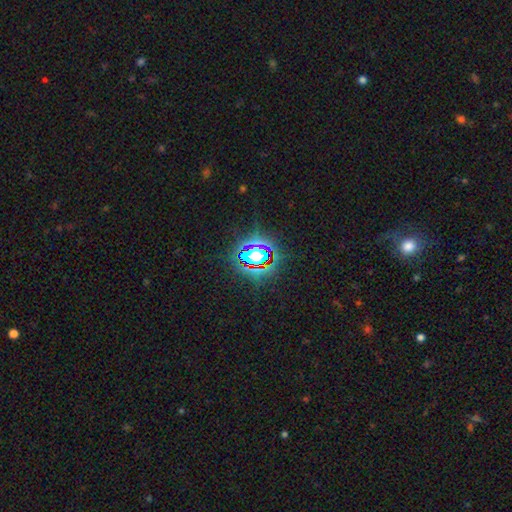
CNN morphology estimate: Smooth or featured? Predicted: star or artifact (p=0.73).